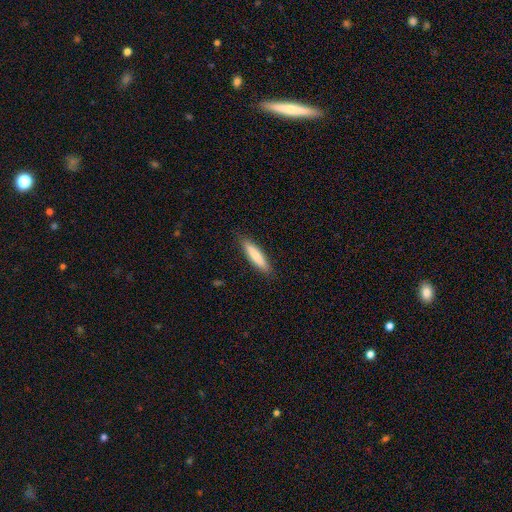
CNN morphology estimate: This appears to be a smooth galaxy with no disk features (78%) that is cigar-shaped (82%). Merging: none (88%).